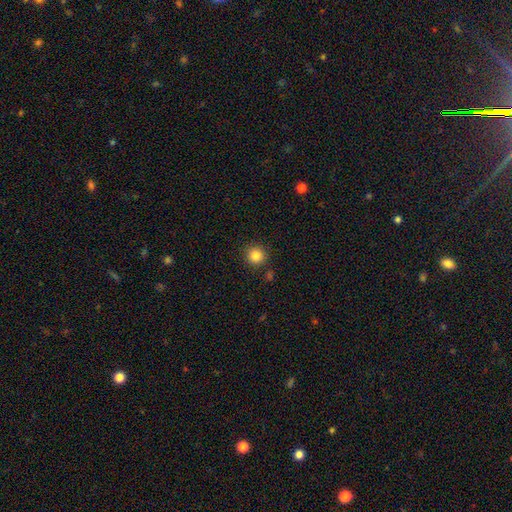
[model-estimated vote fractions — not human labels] Morphology: type=smooth (85%); roundness=round (95%); merging=none (89%).